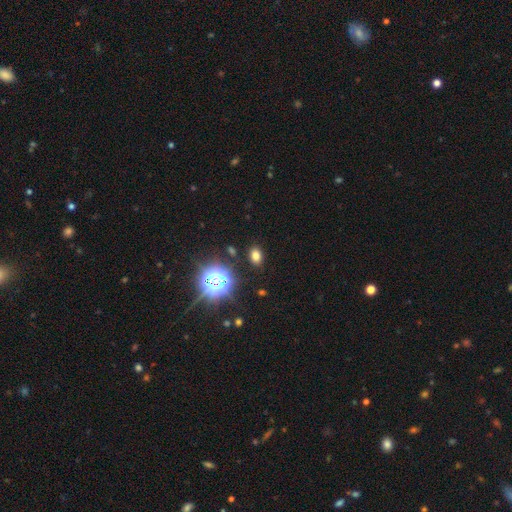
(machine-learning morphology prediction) smooth-or-featured: smooth: 68% | star or artifact: 25% | featured or disk: 7%
  how-rounded: in between: 72% | round: 26% | cigar-shaped: 1%
  merging: none: 86% | minor disturbance: 9% | major disturbance: 3% | merger: 2%